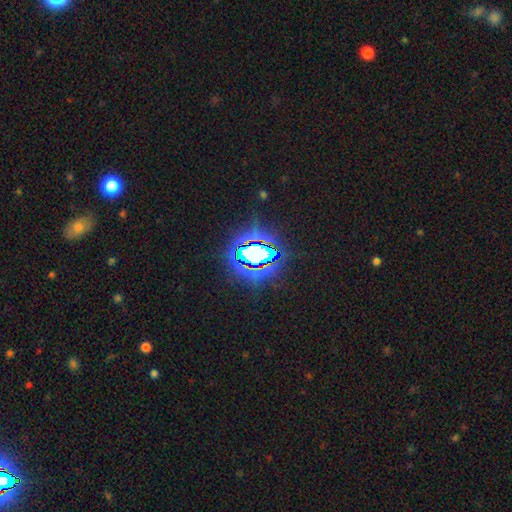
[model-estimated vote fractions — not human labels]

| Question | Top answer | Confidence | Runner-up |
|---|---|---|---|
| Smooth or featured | star or artifact | 69% | smooth (18%) |